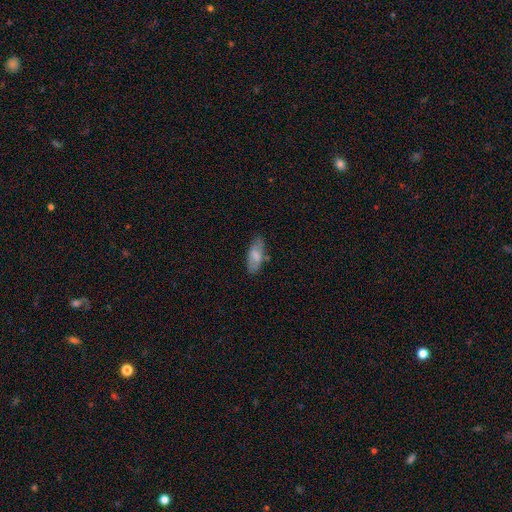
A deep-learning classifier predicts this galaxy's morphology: This appears to be a smooth galaxy with no disk features (72%) that is in between round and cigar-shaped (82%). Merging: none (71%).